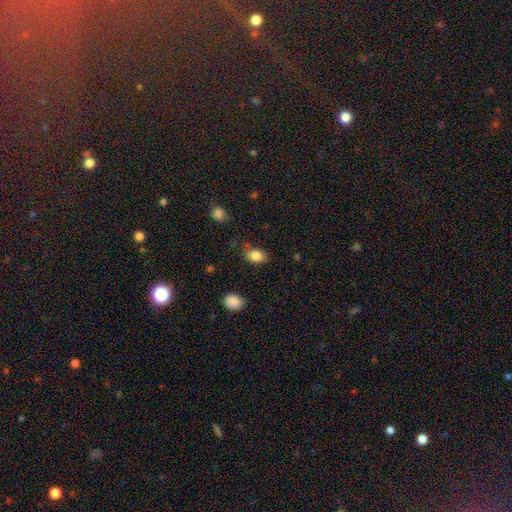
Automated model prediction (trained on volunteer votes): Q: Smooth or featured?
A: smooth (85%); runner-up: star or artifact (8%)
Q: How rounded?
A: in between (83%); runner-up: round (15%)
Q: Merging?
A: none (75%); runner-up: minor disturbance (19%)